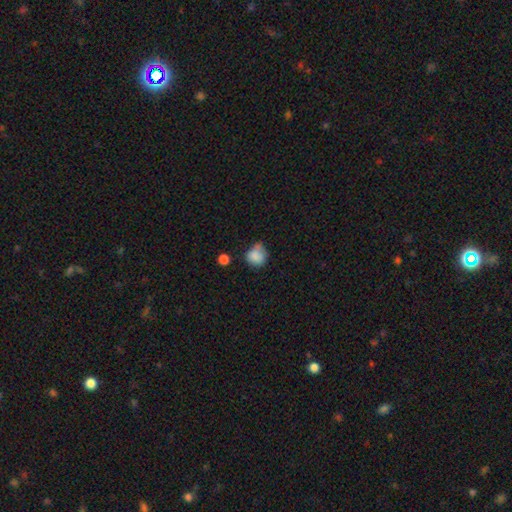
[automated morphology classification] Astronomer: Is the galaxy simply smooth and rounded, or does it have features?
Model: smooth — 81%.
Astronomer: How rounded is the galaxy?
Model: round — 75%.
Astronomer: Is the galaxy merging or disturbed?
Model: none — 45% (runner-up: minor disturbance, 33%).